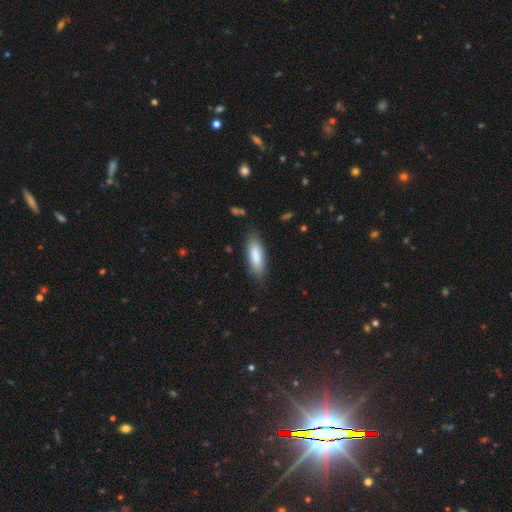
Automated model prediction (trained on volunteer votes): Smooth or featured? smooth (84%)
How rounded? in between (63%)
Merging? none (83%)